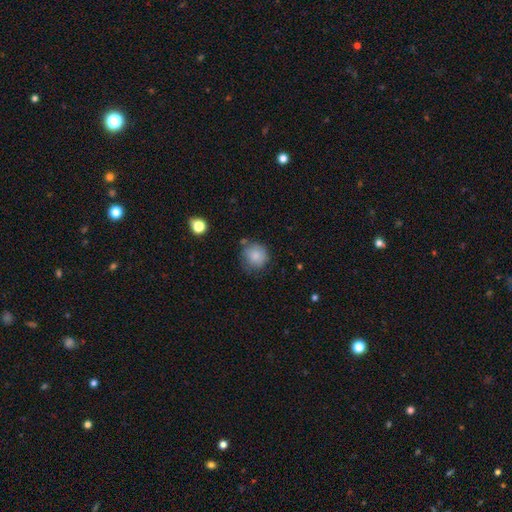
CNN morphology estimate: Smooth or featured? smooth (84%)
How rounded? round (91%)
Merging? none (70%)